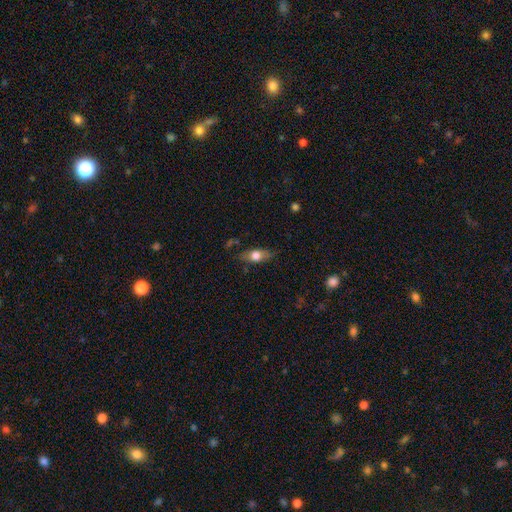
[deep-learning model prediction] A smooth galaxy with no disk features (63%) that is in between round and cigar-shaped (71%).

Vote fractions:
- Smooth or featured? smooth: 63% / featured or disk: 30% / star or artifact: 7%
- How rounded? in between: 71% / cigar-shaped: 22% / round: 7%
- Merging? none: 75% / minor disturbance: 18% / major disturbance: 4% / merger: 2%